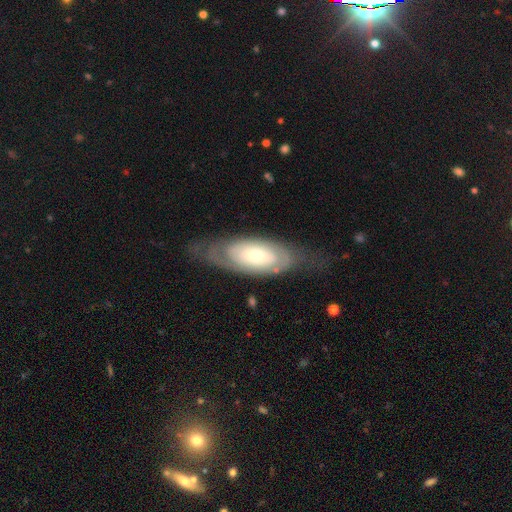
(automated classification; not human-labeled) Q: Smooth or featured?
A: featured or disk (57%); runner-up: smooth (37%)
Q: Edge-on disk?
A: no (86%); runner-up: yes (14%)
Q: Merging?
A: none (59%); runner-up: minor disturbance (23%)